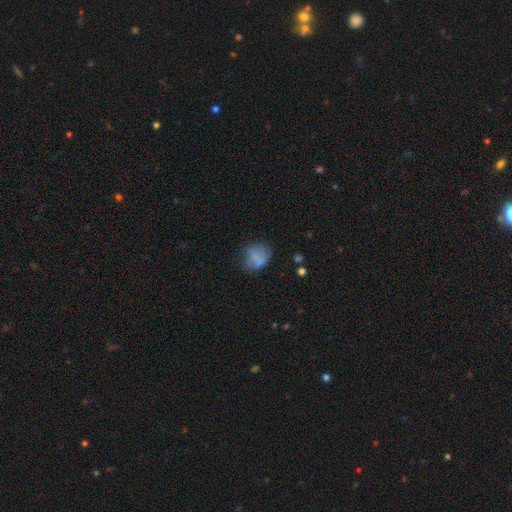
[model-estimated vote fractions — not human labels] Smooth or featured? Predicted: smooth (p=0.66). How rounded? Predicted: round (p=0.56). Merging? Predicted: none (p=0.54).